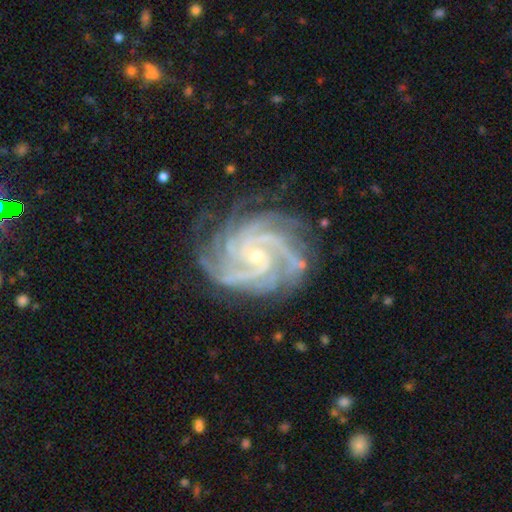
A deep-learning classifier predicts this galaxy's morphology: This is clearly a featured or disk galaxy (93%). It is clearly not viewed edge-on (98%). Bar: likely no (63%). Spiral arm pattern: clearly yes (99%). Spiral arm count: marginally 4 (37%). Spiral winding: likely tight (71%). Central bulge: likely small (80%). Merging: likely none (76%).